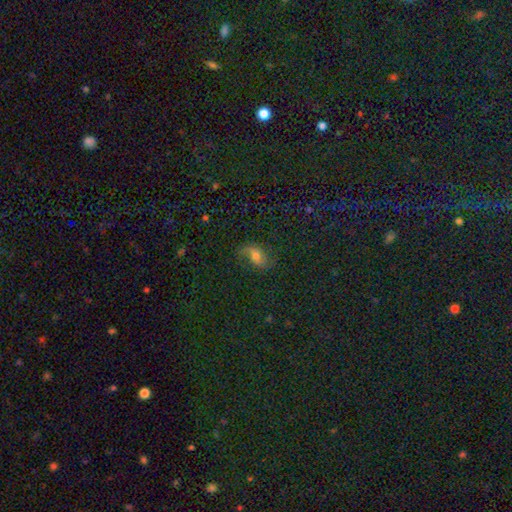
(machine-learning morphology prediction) Overall: featured or disk (51%; smooth 33%). Edge-on disk: no (94%). Merging: none (70%).